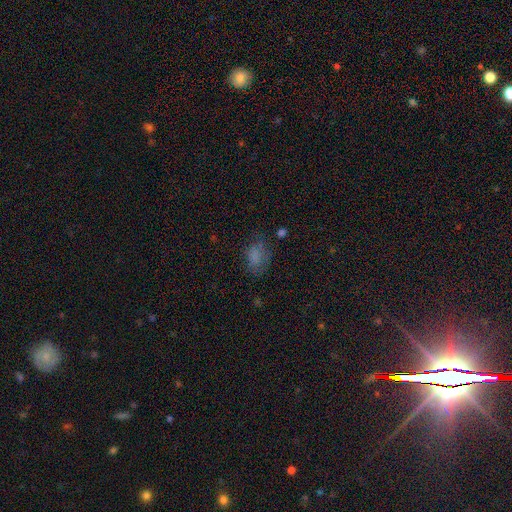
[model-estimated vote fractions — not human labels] Morphology: type=smooth (71%); roundness=in between (78%); merging=none (56%).